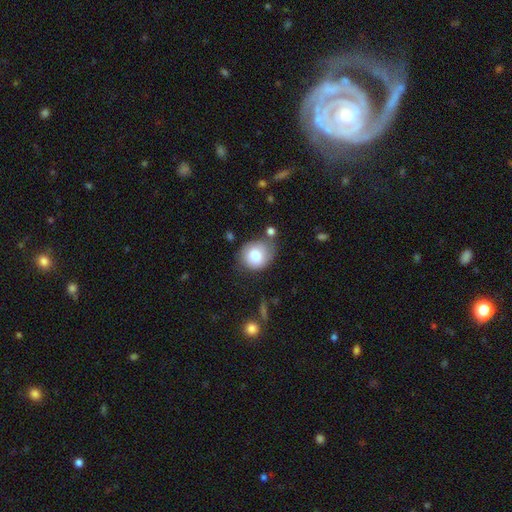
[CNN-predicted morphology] smooth_or_featured: smooth (p=0.76) [alt: featured or disk p=0.16]
how_rounded: round (p=0.71) [alt: in between p=0.28]
merging: none (p=0.59) [alt: minor disturbance p=0.25]